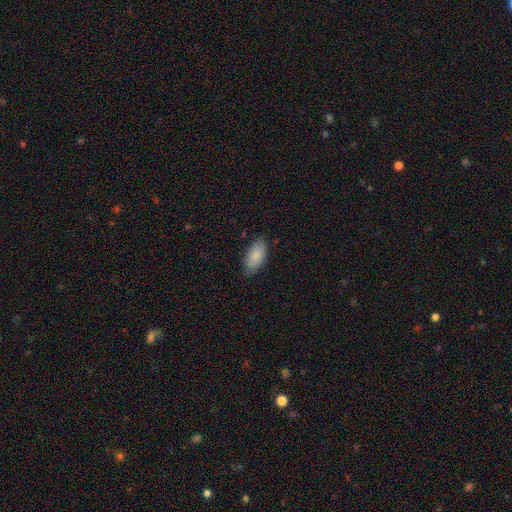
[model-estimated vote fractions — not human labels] Smooth or featured: smooth — 87% (featured or disk — 7%)
How rounded: in between — 93% (cigar-shaped — 4%)
Merging: none — 82% (minor disturbance — 15%)